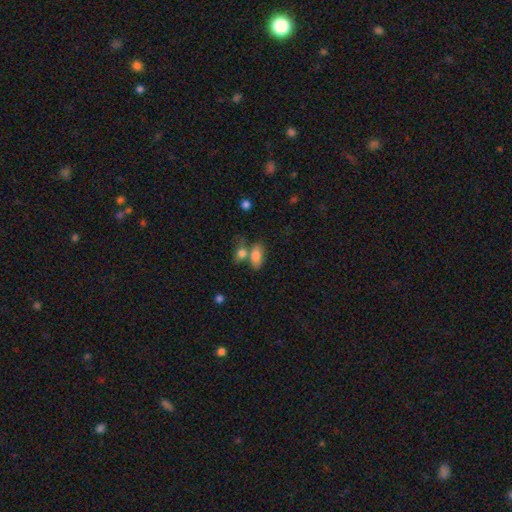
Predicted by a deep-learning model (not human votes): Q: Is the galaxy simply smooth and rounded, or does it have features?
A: smooth — 81%.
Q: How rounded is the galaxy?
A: in between — 88%.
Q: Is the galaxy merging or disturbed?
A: none — 44%.